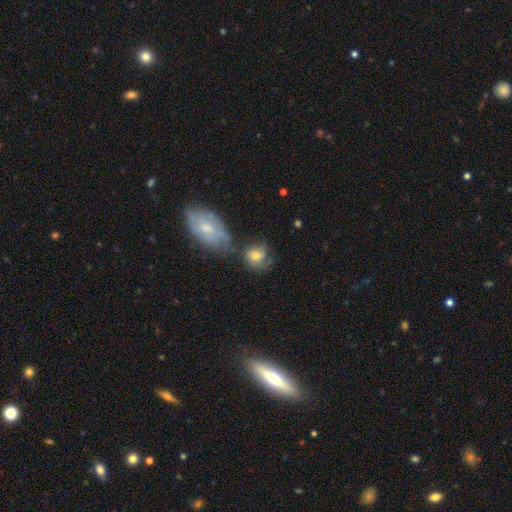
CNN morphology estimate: The model was most divided on "smooth or featured": smooth: 52%, featured or disk: 39%, star or artifact: 9%. Remaining: how rounded — round (63%); merging — none (41%).